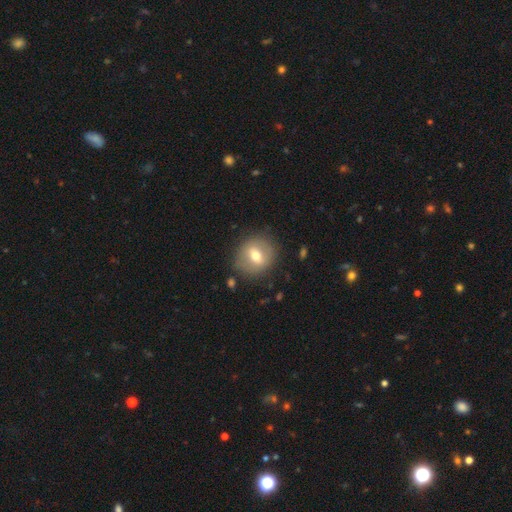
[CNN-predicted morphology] Smooth or featured?
  - smooth: 54% *
  - featured or disk: 37%
  - star or artifact: 8%
How rounded?
  - round: 79% *
  - in between: 20%
  - cigar-shaped: 1%
Merging?
  - none: 82% *
  - minor disturbance: 11%
  - major disturbance: 5%
  - merger: 2%